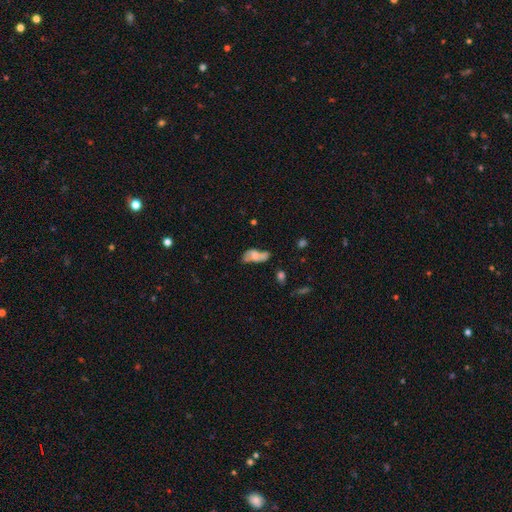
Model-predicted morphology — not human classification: smooth 47%, featured or disk 44%, star or artifact 9%. Down the decision tree: merging — none (50%).